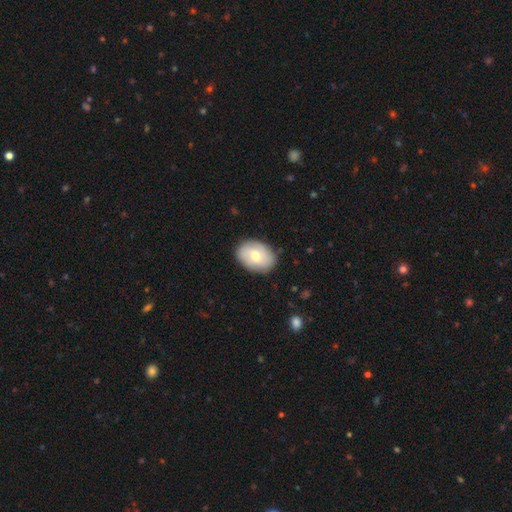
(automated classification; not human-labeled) smooth_or_featured: smooth (p=0.63) [alt: featured or disk p=0.30]
how_rounded: in between (p=0.77) [alt: round p=0.22]
merging: none (p=0.84) [alt: minor disturbance p=0.12]